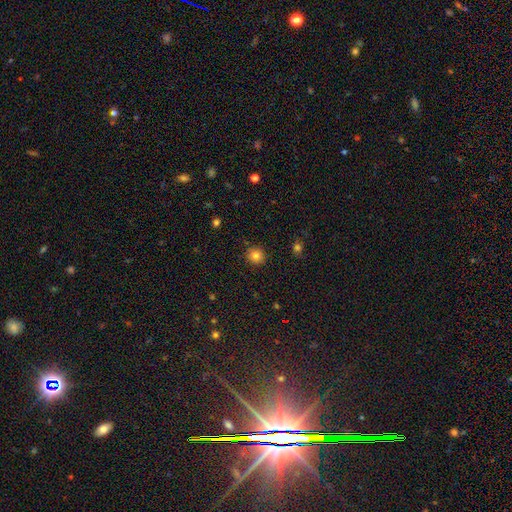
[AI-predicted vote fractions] Smooth or featured: smooth — 81% (star or artifact — 12%)
How rounded: round — 92% (in between — 7%)
Merging: none — 90% (minor disturbance — 7%)